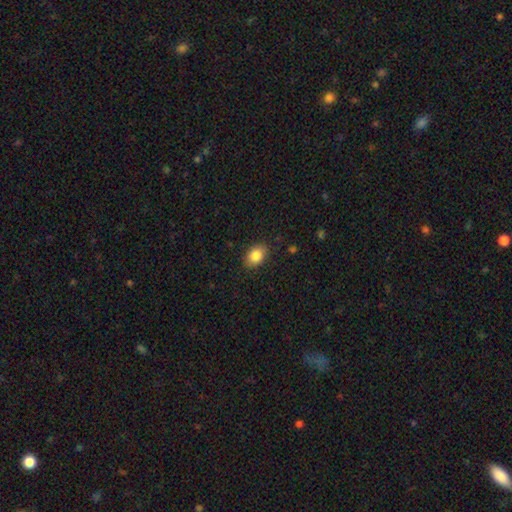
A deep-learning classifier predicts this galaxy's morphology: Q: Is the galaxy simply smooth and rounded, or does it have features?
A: smooth — 84%.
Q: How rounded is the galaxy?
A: in between — 78%.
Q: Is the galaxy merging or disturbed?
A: none — 86%.